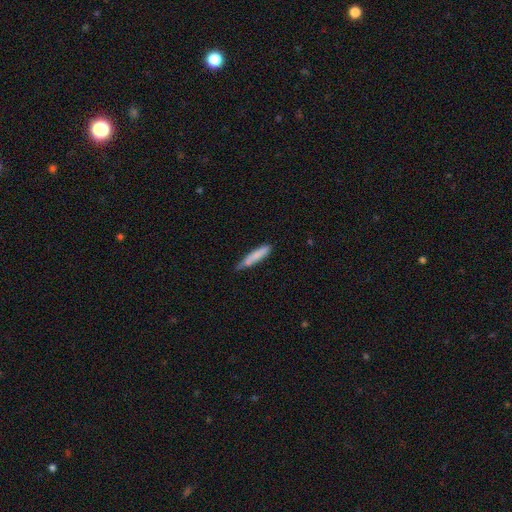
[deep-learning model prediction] Smooth or featured?
  - smooth: 80% *
  - featured or disk: 14%
  - star or artifact: 6%
How rounded?
  - cigar-shaped: 89% *
  - in between: 10%
  - round: 1%
Merging?
  - none: 62% *
  - minor disturbance: 30%
  - major disturbance: 5%
  - merger: 3%